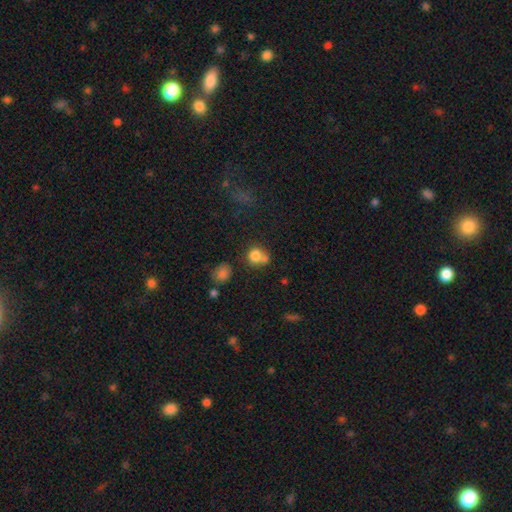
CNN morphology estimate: smooth-or-featured: smooth: 79% | star or artifact: 12% | featured or disk: 10%
  how-rounded: round: 78% | in between: 21% | cigar-shaped: 1%
  merging: none: 44% | merger: 36% | minor disturbance: 14% | major disturbance: 6%